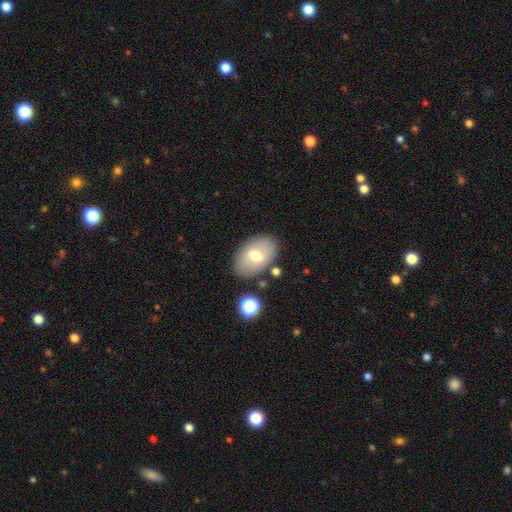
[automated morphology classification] Smooth or featured?
  - smooth: 63% *
  - featured or disk: 29%
  - star or artifact: 8%
How rounded?
  - in between: 87% *
  - round: 11%
  - cigar-shaped: 1%
Merging?
  - none: 80% *
  - minor disturbance: 12%
  - merger: 4%
  - major disturbance: 3%